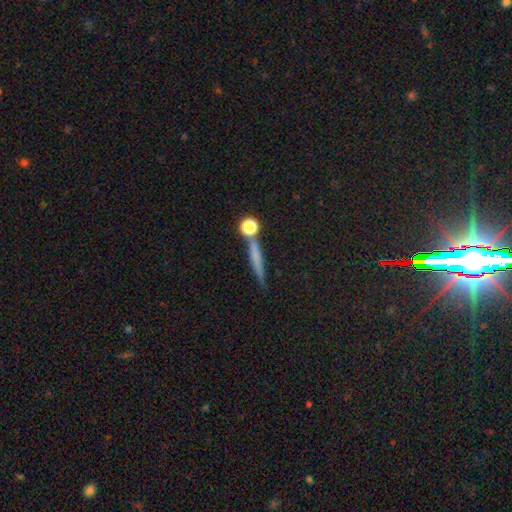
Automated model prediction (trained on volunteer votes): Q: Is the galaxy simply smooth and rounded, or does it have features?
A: smooth — 57%.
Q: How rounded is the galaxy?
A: cigar-shaped — 75%.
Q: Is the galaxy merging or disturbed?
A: none — 72%.